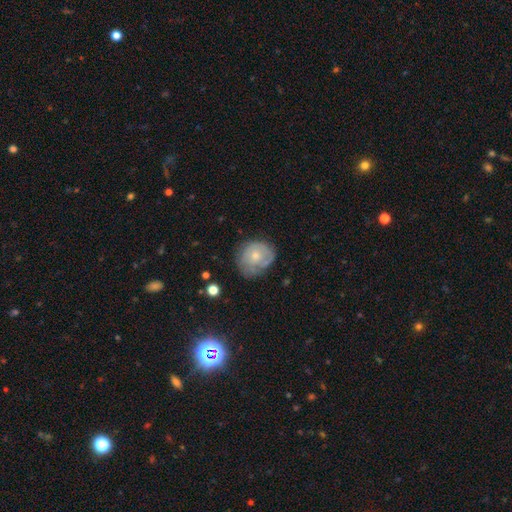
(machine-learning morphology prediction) Smooth or featured: smooth — 50% (featured or disk — 43%)
Merging: none — 55% (minor disturbance — 30%)